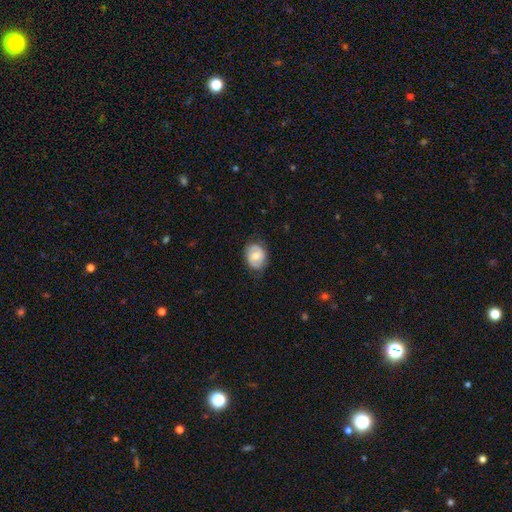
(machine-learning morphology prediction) Smooth or featured: smooth — 49% (featured or disk — 44%)
Merging: none — 75% (minor disturbance — 20%)